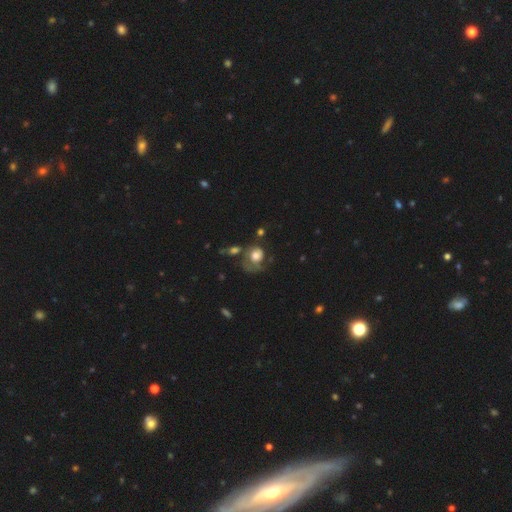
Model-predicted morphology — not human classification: Smooth or featured: smooth — 55% (featured or disk — 36%)
How rounded: round — 66% (in between — 33%)
Merging: major disturbance — 32% (none — 31%)